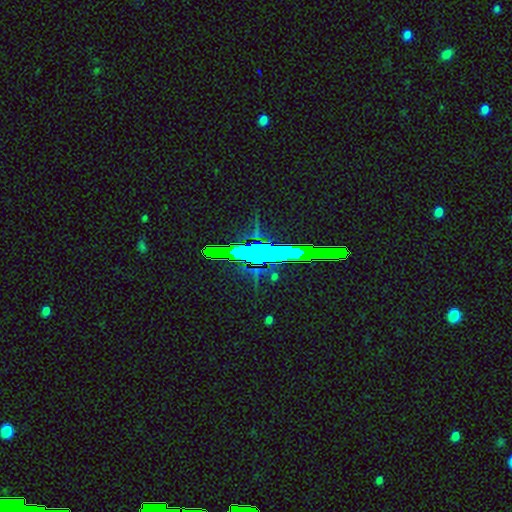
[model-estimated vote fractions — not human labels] star or artifact 64%, featured or disk 18%, smooth 18%.